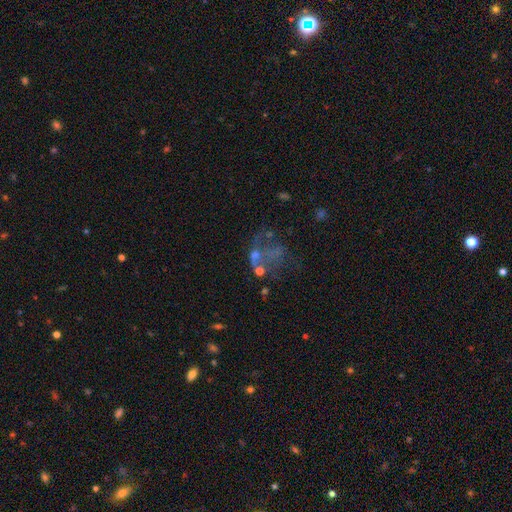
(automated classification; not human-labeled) The model was most divided on "merging": major disturbance: 35%, none: 33%, merger: 19%, minor disturbance: 13%. Remaining: smooth or featured — featured or disk (48%).